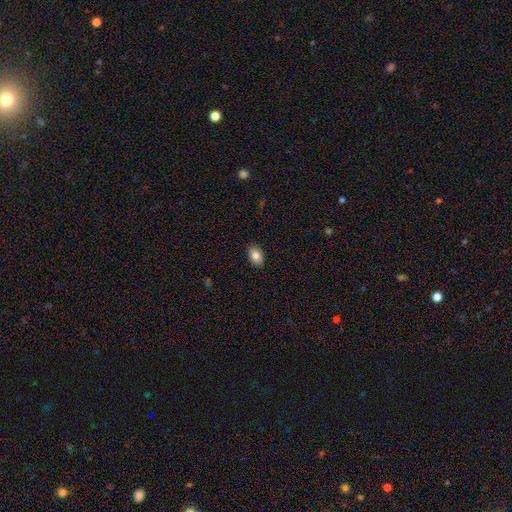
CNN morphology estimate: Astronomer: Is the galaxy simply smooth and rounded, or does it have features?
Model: smooth — 84%.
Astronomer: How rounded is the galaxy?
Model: in between — 83%.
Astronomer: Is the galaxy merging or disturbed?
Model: none — 89%.